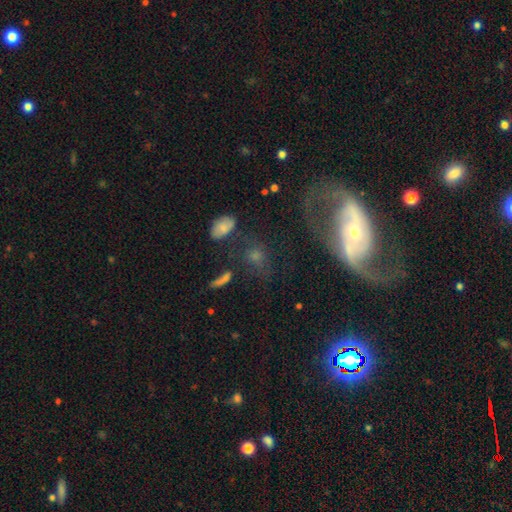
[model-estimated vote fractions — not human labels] Smooth or featured?
  - featured or disk: 62% *
  - smooth: 24%
  - star or artifact: 14%
Edge-on disk?
  - no: 92% *
  - yes: 8%
Bar?
  - no: 49% *
  - weak: 31%
  - strong: 20%
Spiral arms?
  - yes: 79% *
  - no: 21%
Bulge size?
  - small: 58% *
  - moderate: 35%
  - large: 4%
  - none: 2%
  - dominant: 2%
Merging?
  - none: 53% *
  - major disturbance: 21%
  - minor disturbance: 17%
  - merger: 8%